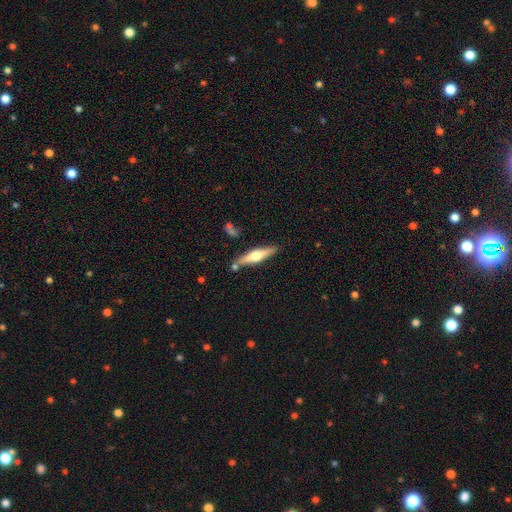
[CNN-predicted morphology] Smooth or featured: featured or disk — 62% (smooth — 32%)
Edge-on disk: yes — 96% (no — 4%)
Edge-on bulge: rounded — 91% (boxy — 6%)
Merging: none — 80% (minor disturbance — 11%)